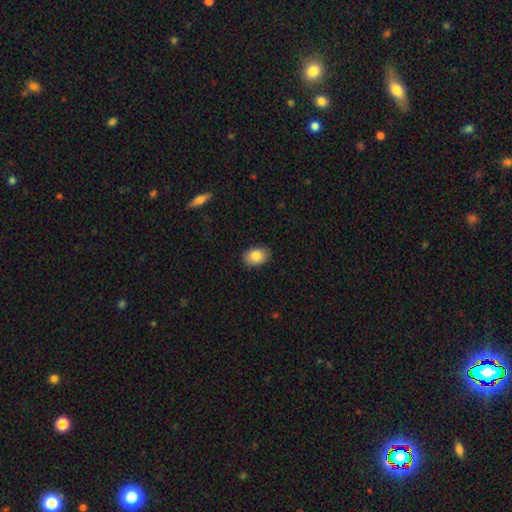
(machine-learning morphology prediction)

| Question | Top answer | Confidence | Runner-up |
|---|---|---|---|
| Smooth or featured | smooth | 86% | star or artifact (8%) |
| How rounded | in between | 78% | round (21%) |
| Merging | none | 87% | minor disturbance (10%) |